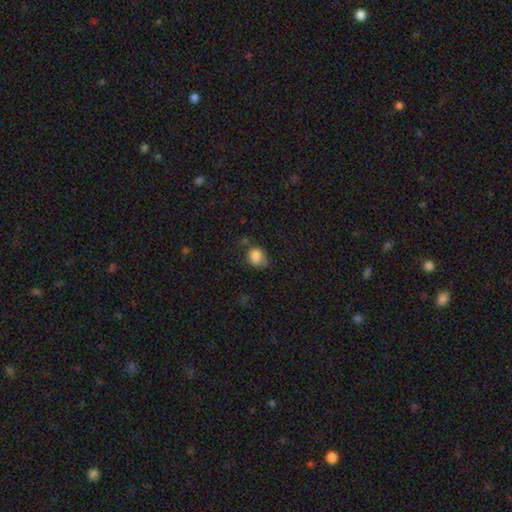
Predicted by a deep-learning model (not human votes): smooth-or-featured: smooth: 83% | star or artifact: 10% | featured or disk: 7%
  how-rounded: round: 62% | in between: 37% | cigar-shaped: 1%
  merging: none: 46% | minor disturbance: 36% | major disturbance: 12% | merger: 7%